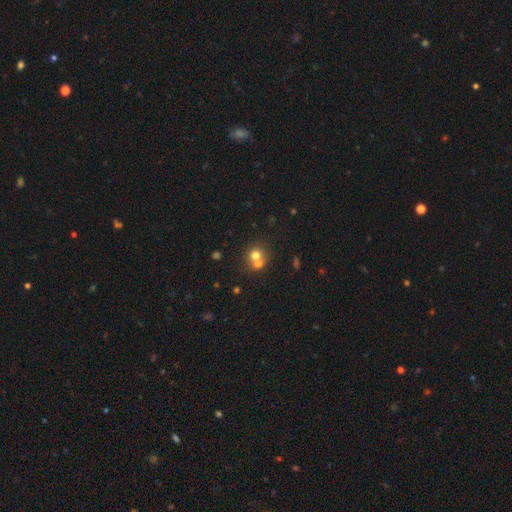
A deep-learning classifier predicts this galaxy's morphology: type=smooth (70%); roundness=round (81%); merging=merger (53%).